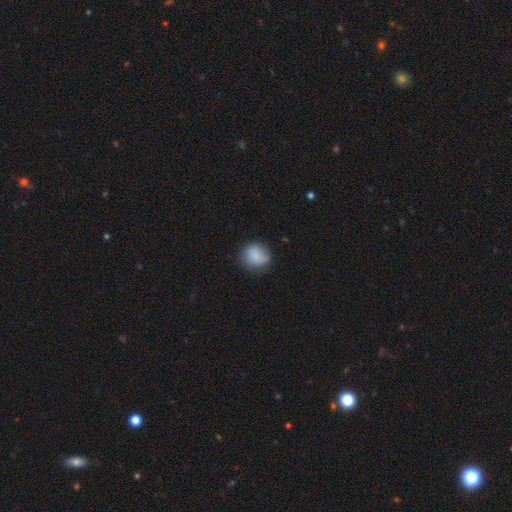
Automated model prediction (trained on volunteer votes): Smooth or featured? Predicted: smooth (p=0.86). How rounded? Predicted: round (p=0.77). Merging? Predicted: none (p=0.74).